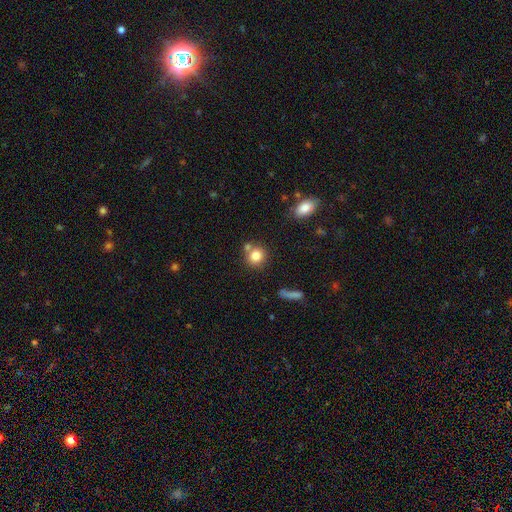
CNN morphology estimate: smooth 80%, star or artifact 11%, featured or disk 9%. Down the decision tree: how rounded — round (88%); merging — none (66%).